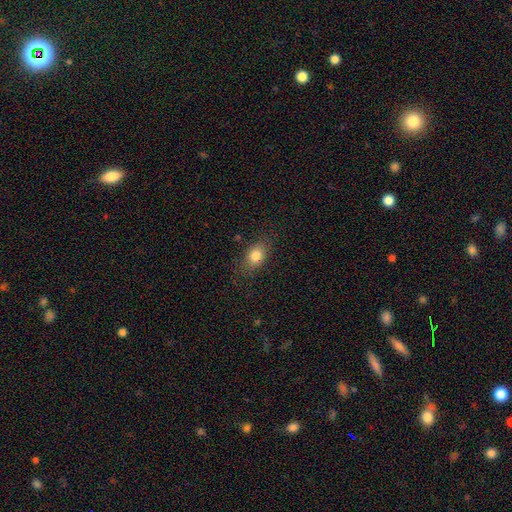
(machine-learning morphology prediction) type=smooth (82%); roundness=in between (74%); merging=none (80%).